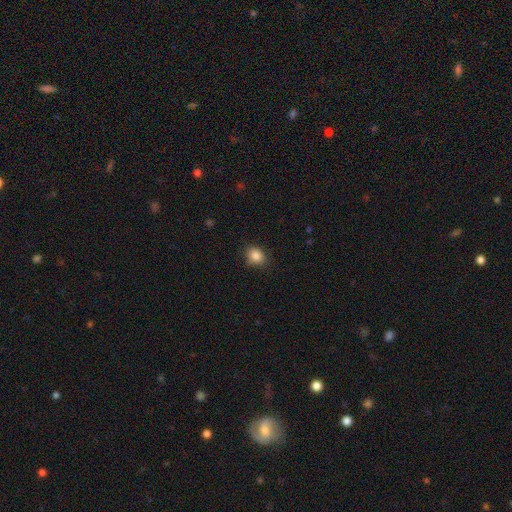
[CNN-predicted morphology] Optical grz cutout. It shows a smooth galaxy with no disk features (86%) that is in between round and cigar-shaped (53%). Merging: none (83%).